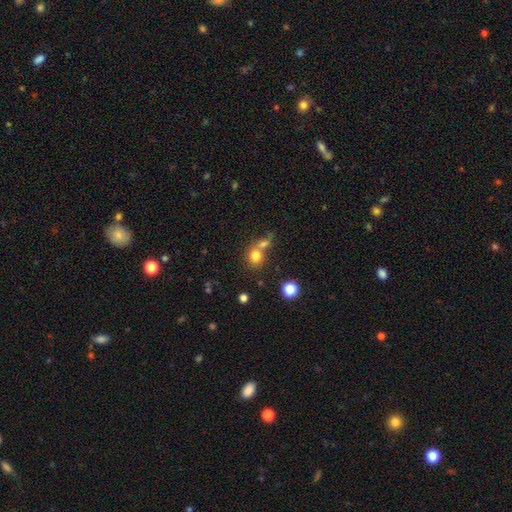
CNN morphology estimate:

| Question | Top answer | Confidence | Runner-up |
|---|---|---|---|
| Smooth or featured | smooth | 77% | star or artifact (13%) |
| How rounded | round | 77% | in between (22%) |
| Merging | merger | 45% | none (44%) |